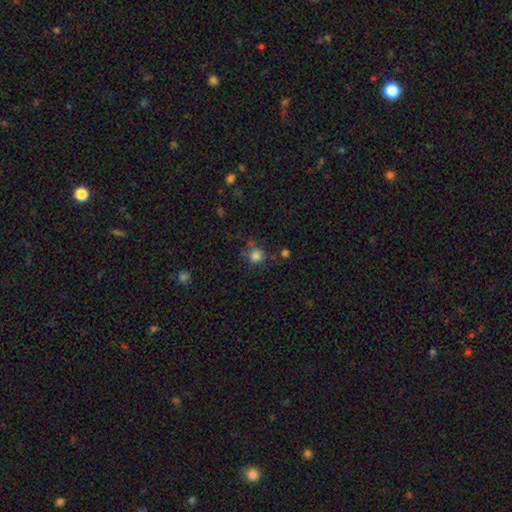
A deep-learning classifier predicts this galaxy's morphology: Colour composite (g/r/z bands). It shows a smooth galaxy with no disk features (80%) that is round (87%). Merging: none (65%).